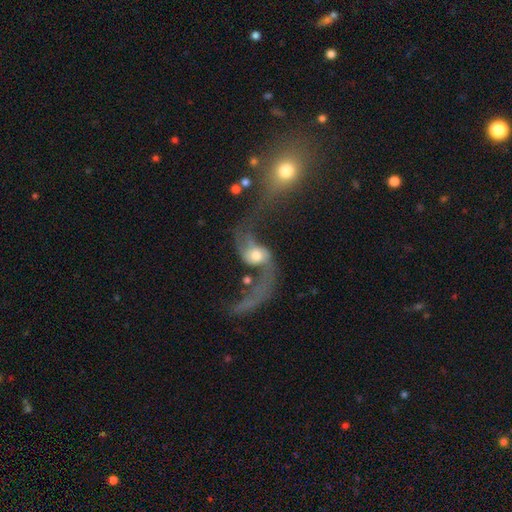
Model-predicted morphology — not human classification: Smooth or featured? featured or disk (72%)
Edge-on disk? no (95%)
Bar? no (64%)
Spiral arms? yes (81%)
Spiral winding? loose (90%)
Spiral arm count? 2 (84%)
Bulge size? moderate (57%)
Merging? major disturbance (38%)